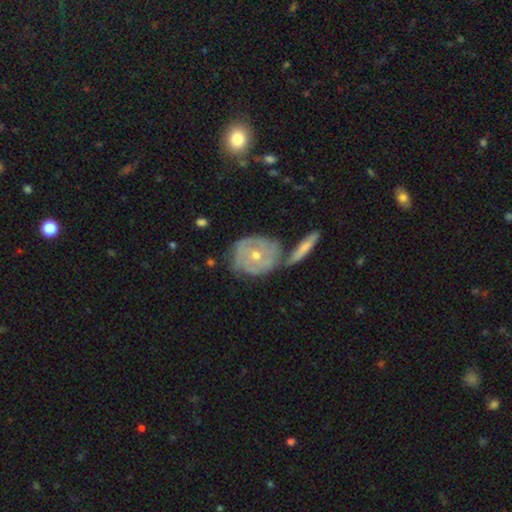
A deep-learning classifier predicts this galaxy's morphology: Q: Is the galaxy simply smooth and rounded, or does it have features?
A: featured or disk — 72%.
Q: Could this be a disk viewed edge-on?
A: no — 94%.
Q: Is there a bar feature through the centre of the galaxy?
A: no — 76%.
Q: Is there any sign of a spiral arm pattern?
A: yes — 79%.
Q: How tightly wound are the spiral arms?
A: tight — 69%.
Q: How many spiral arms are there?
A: can't tell — 41%.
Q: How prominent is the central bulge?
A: small — 49%.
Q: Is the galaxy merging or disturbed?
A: none — 54%.